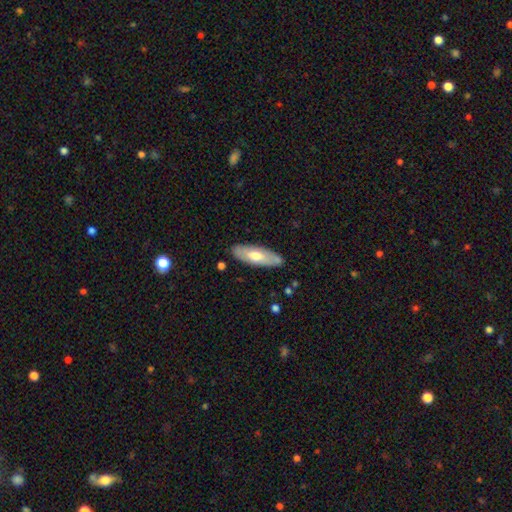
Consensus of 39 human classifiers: Smooth or featured? featured or disk (56%)
Edge-on disk? no (59%)
Bar? no (69%)
Spiral arms? no (69%)
Bulge size? moderate (85%)
Merging? none (72%)